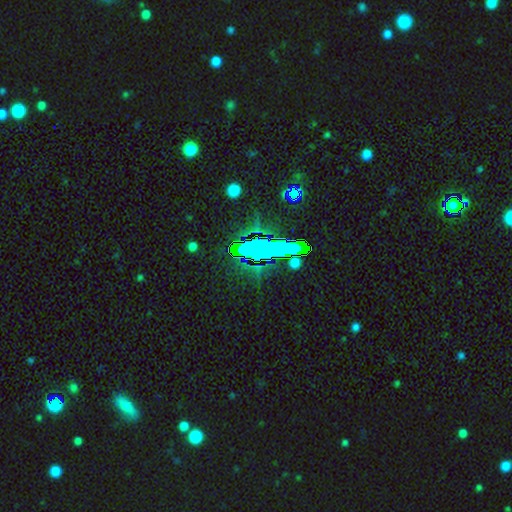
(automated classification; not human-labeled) A star or artifact, not a galaxy (80%).